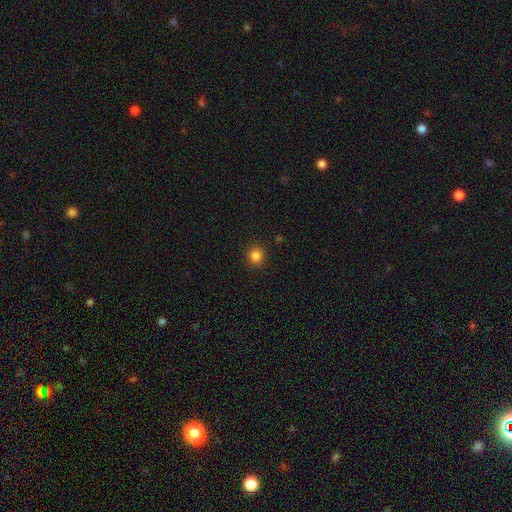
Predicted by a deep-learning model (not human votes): A smooth galaxy with no disk features (84%) that is round (92%). Merging: none (91%).